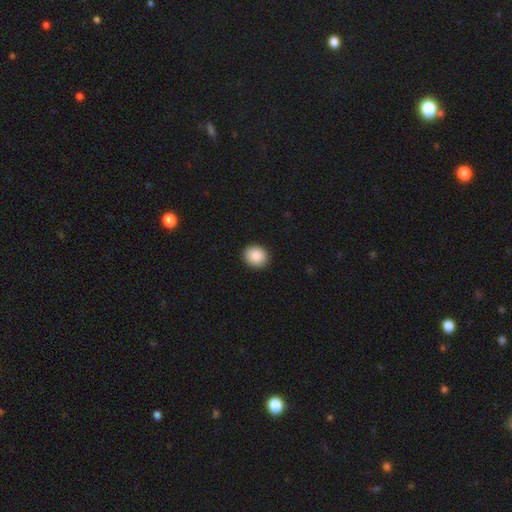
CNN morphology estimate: Smooth or featured?
  - smooth: 89% *
  - star or artifact: 7%
  - featured or disk: 3%
How rounded?
  - round: 72% *
  - in between: 27%
  - cigar-shaped: 1%
Merging?
  - none: 91% *
  - minor disturbance: 6%
  - major disturbance: 2%
  - merger: 1%